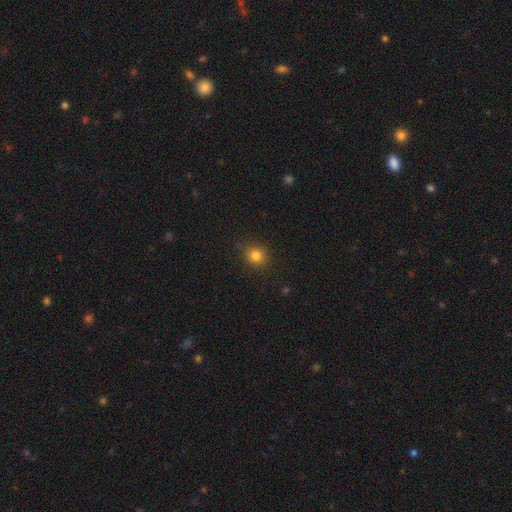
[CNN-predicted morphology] Smooth or featured: smooth — 82% (star or artifact — 13%)
How rounded: round — 83% (in between — 16%)
Merging: none — 86% (minor disturbance — 10%)